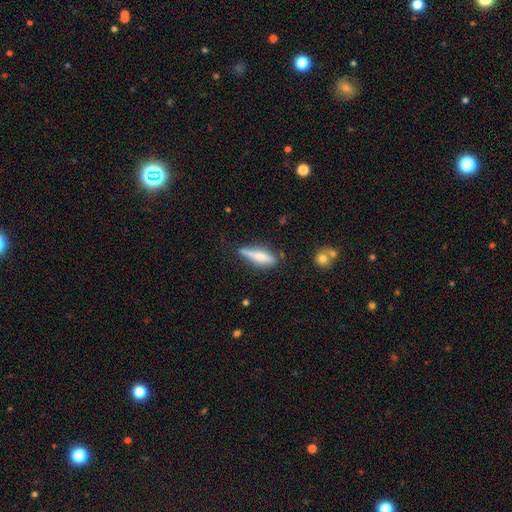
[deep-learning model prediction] A featured or disk galaxy (48%). Merging: none (73%).